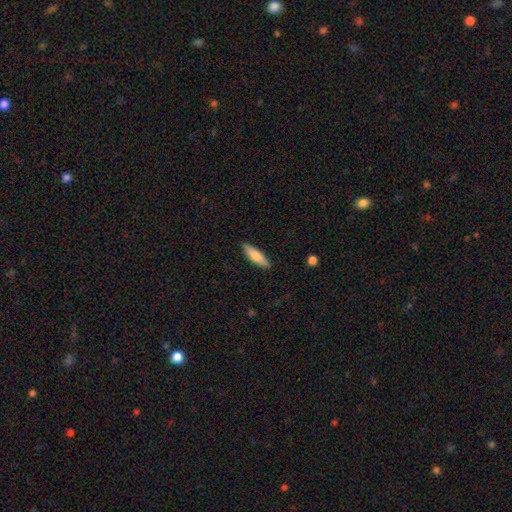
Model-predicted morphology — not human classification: smooth-or-featured: smooth: 78% | featured or disk: 17% | star or artifact: 6%
  how-rounded: cigar-shaped: 59% | in between: 40% | round: 2%
  merging: none: 88% | minor disturbance: 9% | major disturbance: 2% | merger: 1%